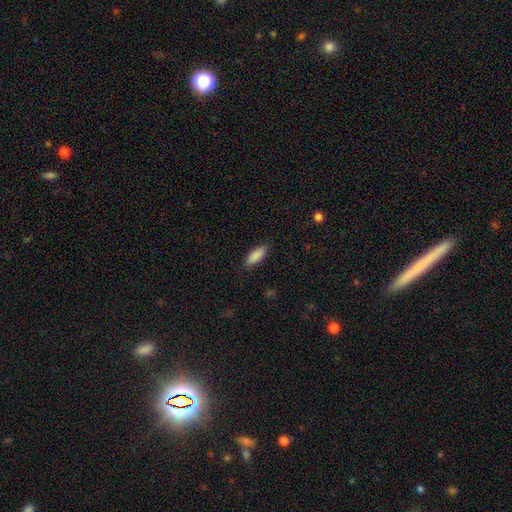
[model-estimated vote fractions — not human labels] smooth_or_featured: smooth (p=0.89) [alt: star or artifact p=0.06]
how_rounded: in between (p=0.76) [alt: cigar-shaped p=0.23]
merging: none (p=0.88) [alt: minor disturbance p=0.09]